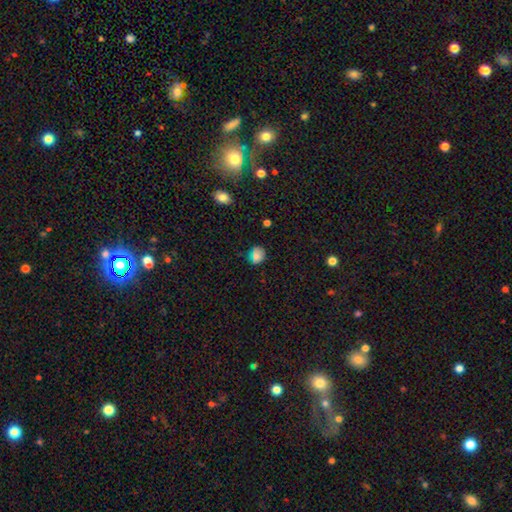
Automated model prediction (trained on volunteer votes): The model was most divided on "how rounded": round: 66%, in between: 32%, cigar-shaped: 2%. More confident: merging — none (75%); smooth or featured — smooth (75%).